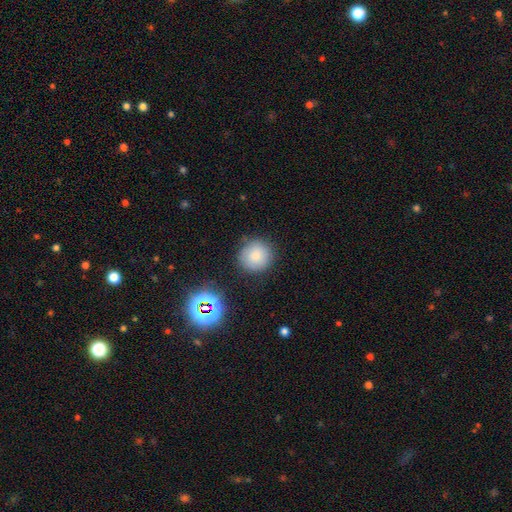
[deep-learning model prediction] Overall: smooth (81%). How rounded: round (93%). Merging: none (83%).